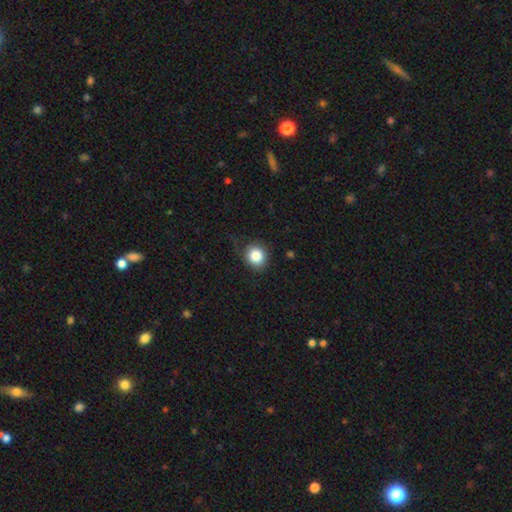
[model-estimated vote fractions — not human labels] Overall: smooth (85%). How rounded: round (83%). Merging: none (76%).